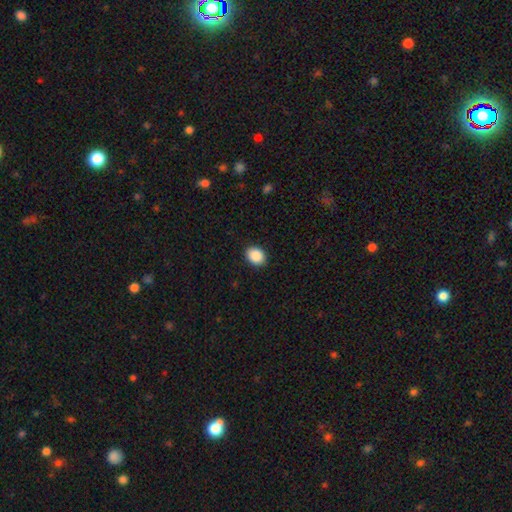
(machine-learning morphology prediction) This appears to be a smooth galaxy with no disk features (90%) that is in between round and cigar-shaped (59%). Merging: none (91%).